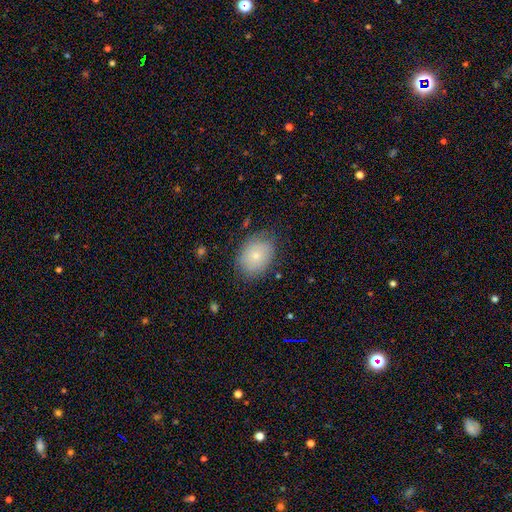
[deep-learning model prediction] A smooth galaxy with no disk features (74%) that is in between round and cigar-shaped (63%).

Vote fractions:
- Smooth or featured? smooth: 74% / featured or disk: 17% / star or artifact: 9%
- How rounded? in between: 63% / round: 36% / cigar-shaped: 1%
- Merging? none: 76% / minor disturbance: 17% / major disturbance: 5% / merger: 1%